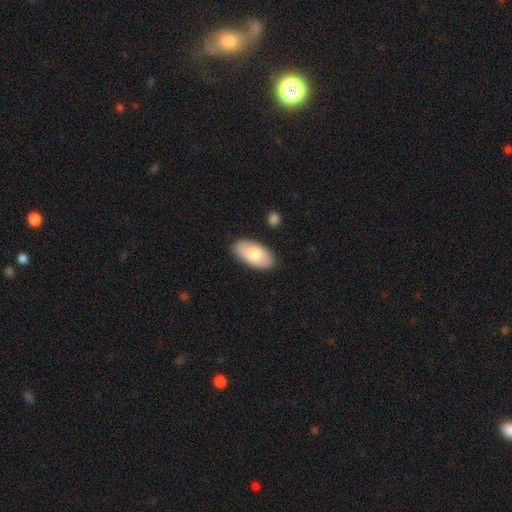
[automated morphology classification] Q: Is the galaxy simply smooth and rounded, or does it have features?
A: smooth — 71%.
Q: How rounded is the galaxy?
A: in between — 95%.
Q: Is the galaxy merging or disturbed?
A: none — 86%.